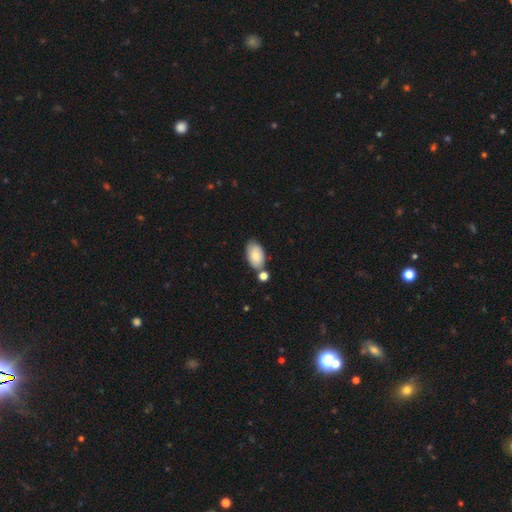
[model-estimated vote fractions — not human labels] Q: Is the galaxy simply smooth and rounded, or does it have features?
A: smooth — 81%.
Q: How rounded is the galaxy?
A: in between — 94%.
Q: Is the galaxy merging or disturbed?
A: none — 64%.